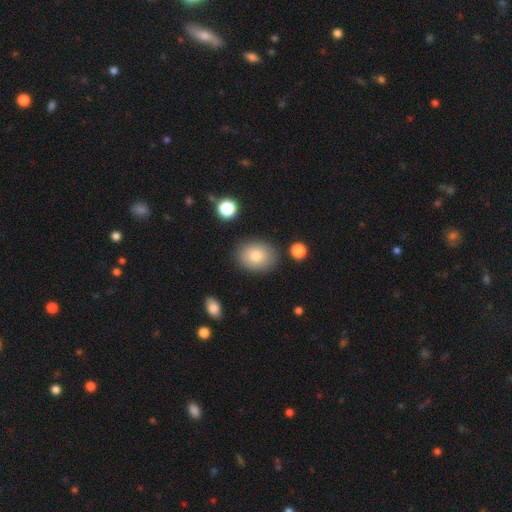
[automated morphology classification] Smooth or featured? Predicted: smooth (p=0.82). How rounded? Predicted: in between (p=0.57). Merging? Predicted: none (p=0.84).